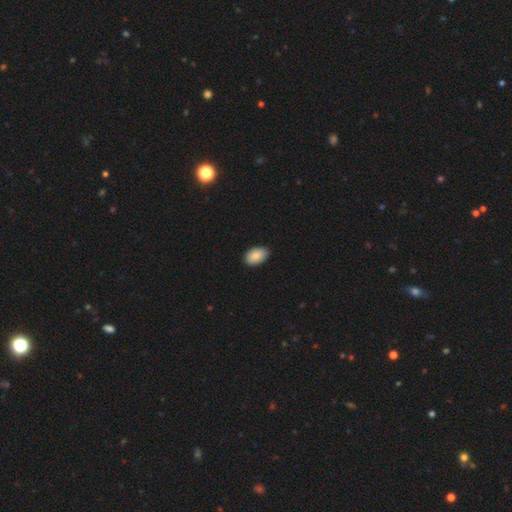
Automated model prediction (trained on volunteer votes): This is clearly a smooth galaxy (88%). How rounded: clearly in between (92%). Merging: clearly none (85%).